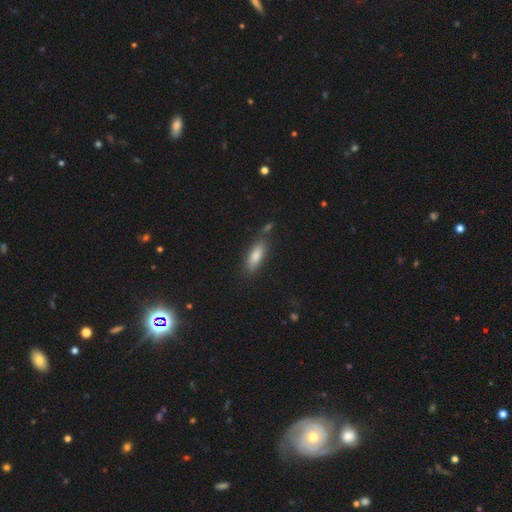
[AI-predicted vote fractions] Overall: smooth (78%). How rounded: in between (62%; cigar-shaped 35%). Merging: none (75%).